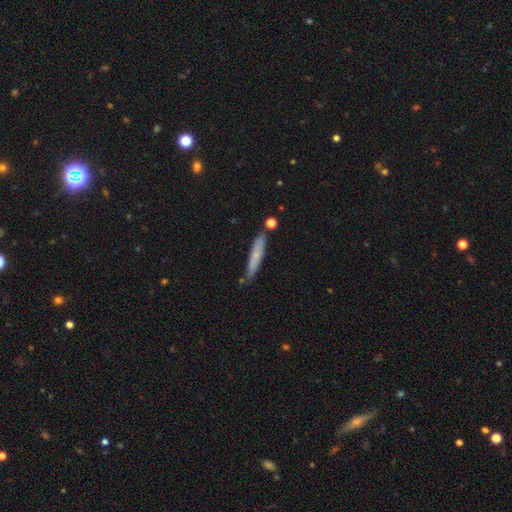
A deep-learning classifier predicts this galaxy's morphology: The model was most divided on "smooth or featured": smooth: 65%, featured or disk: 28%, star or artifact: 7%. More confident: how rounded — cigar-shaped (90%); merging — none (75%).